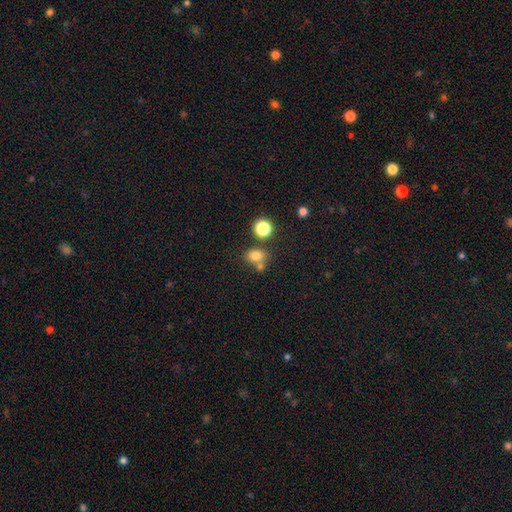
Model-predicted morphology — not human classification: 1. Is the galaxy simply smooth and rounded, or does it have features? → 76% smooth, 15% star or artifact, 9% featured or disk.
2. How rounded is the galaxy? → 50% round, 49% in between, 1% cigar-shaped.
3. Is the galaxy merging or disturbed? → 56% none, 28% merger, 12% minor disturbance, 4% major disturbance.